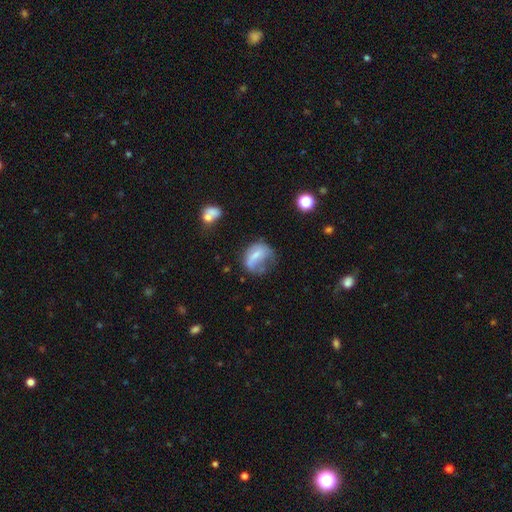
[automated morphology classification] A smooth galaxy with no disk features (53%) that is in between round and cigar-shaped (54%).

Vote fractions:
- Smooth or featured? smooth: 53% / featured or disk: 37% / star or artifact: 10%
- How rounded? in between: 54% / round: 44% / cigar-shaped: 2%
- Merging? major disturbance: 38% / none: 29% / minor disturbance: 27% / merger: 5%